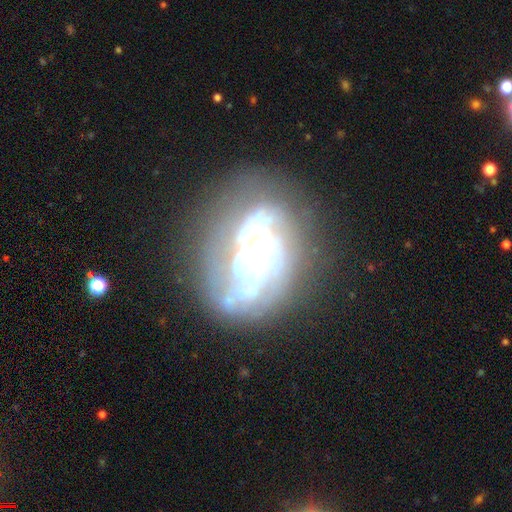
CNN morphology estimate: type=featured or disk (76%); edge-on=no (96%); bar=no (71%); spiral arms=yes (67%); bulge=moderate (31%); merging=none (56%).